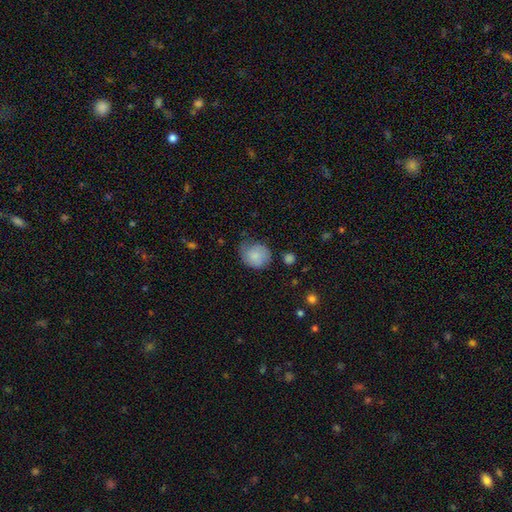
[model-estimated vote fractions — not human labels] smooth 81%, featured or disk 12%, star or artifact 7%. Down the decision tree: how rounded — round (74%); merging — none (54%).